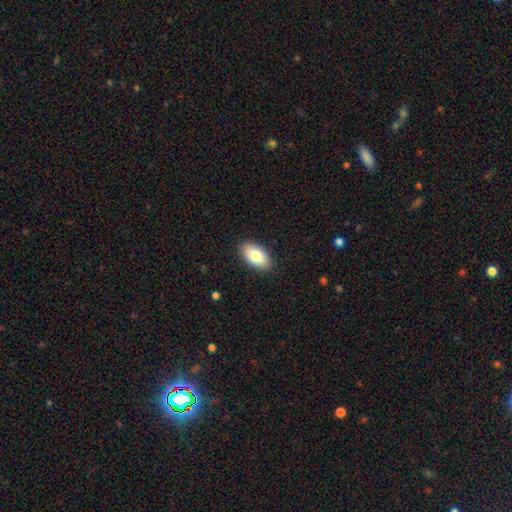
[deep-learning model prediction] A smooth galaxy with no disk features (81%) that is in between round and cigar-shaped (94%). Merging: none (89%).